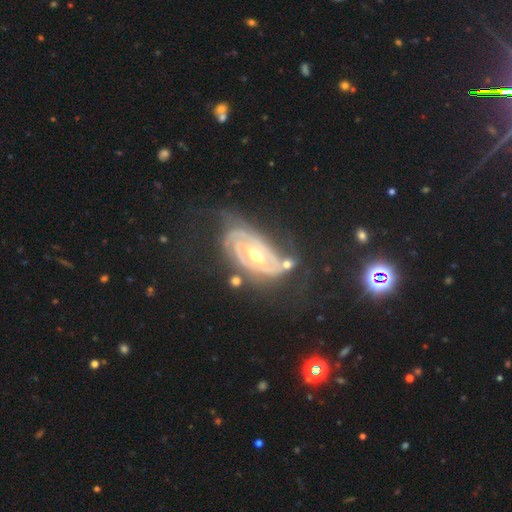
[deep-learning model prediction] Smooth or featured?
  - featured or disk: 89% *
  - star or artifact: 5%
  - smooth: 5%
Edge-on disk?
  - no: 95% *
  - yes: 5%
Bar?
  - no: 48% *
  - weak: 33%
  - strong: 19%
Spiral arms?
  - yes: 95% *
  - no: 5%
Spiral winding?
  - tight: 75% *
  - medium: 20%
  - loose: 5%
Spiral arm count?
  - 2: 54% *
  - can't tell: 20%
  - 3: 13%
  - 1: 5%
  - 4: 4%
  - more than 4: 4%
Bulge size?
  - moderate: 70% *
  - small: 24%
  - large: 4%
  - none: 1%
  - dominant: 1%
Merging?
  - none: 55% *
  - minor disturbance: 23%
  - major disturbance: 16%
  - merger: 6%